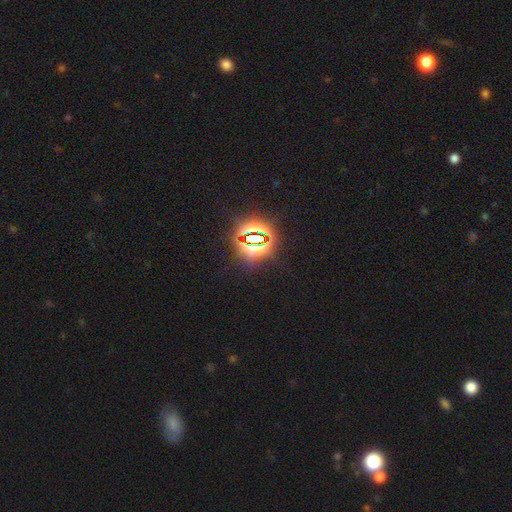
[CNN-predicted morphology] This is clearly a star or artifact rather than a galaxy (83%).